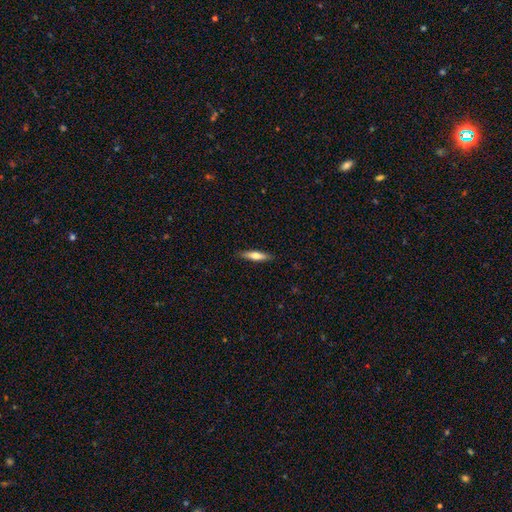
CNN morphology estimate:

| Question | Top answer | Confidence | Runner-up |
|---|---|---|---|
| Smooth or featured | smooth | 61% | featured or disk (33%) |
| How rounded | cigar-shaped | 76% | in between (23%) |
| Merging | none | 88% | minor disturbance (9%) |